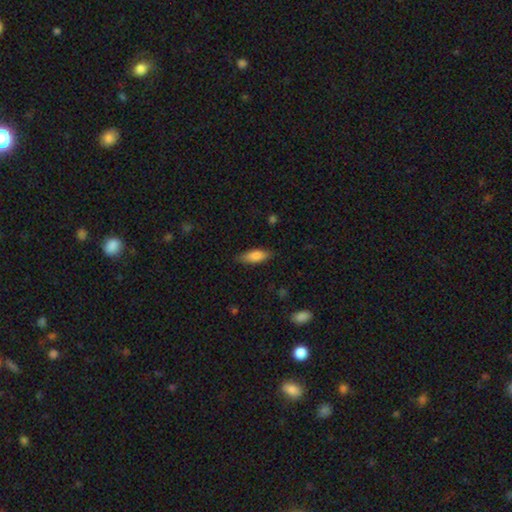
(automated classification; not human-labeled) Overall: smooth (80%). How rounded: in between (69%). Merging: none (83%).